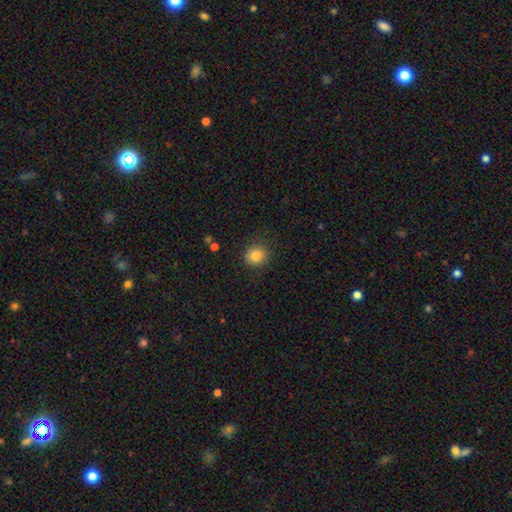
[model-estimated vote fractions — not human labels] The model was most divided on "how rounded": round: 82%, in between: 17%, cigar-shaped: 1%. More confident: merging — none (87%); smooth or featured — smooth (84%).